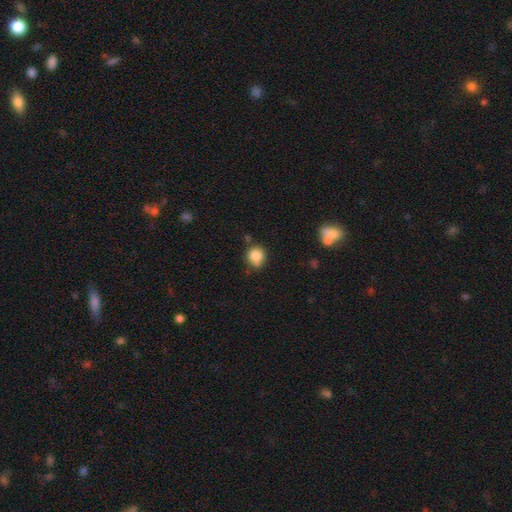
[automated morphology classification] type=smooth (83%); roundness=round (88%); merging=none (68%).